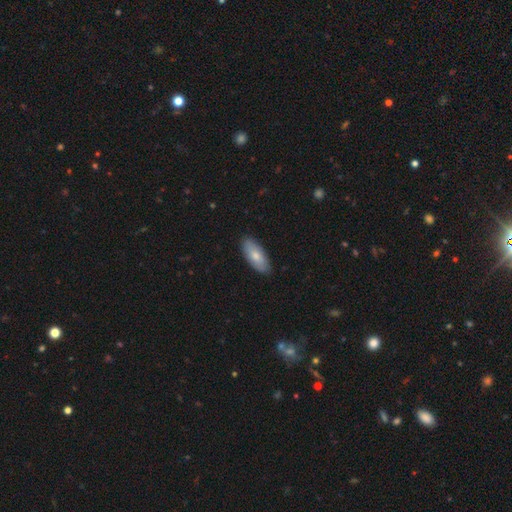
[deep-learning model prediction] The model was most divided on "smooth or featured": smooth: 76%, featured or disk: 19%, star or artifact: 5%. More confident: merging — none (88%); how rounded — in between (85%).